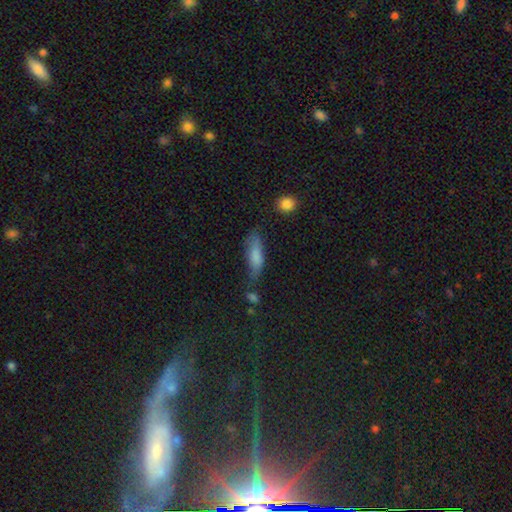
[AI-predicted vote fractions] smooth 73%, featured or disk 18%, star or artifact 9%. Down the decision tree: how rounded — in between (56%); merging — none (48%).